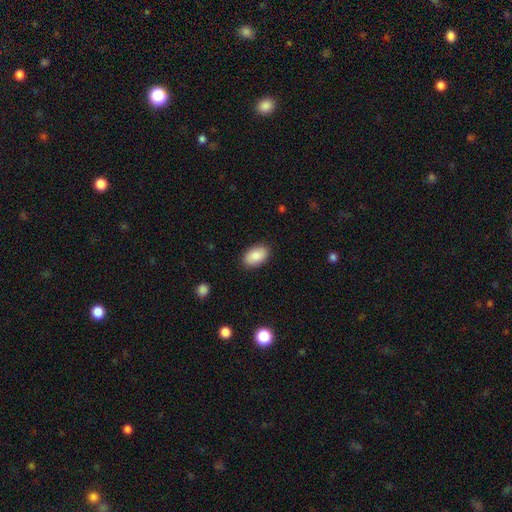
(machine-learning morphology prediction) The model was most divided on "merging": none: 88%, minor disturbance: 9%, major disturbance: 2%, merger: 1%. More confident: how rounded — in between (92%); smooth or featured — smooth (87%).